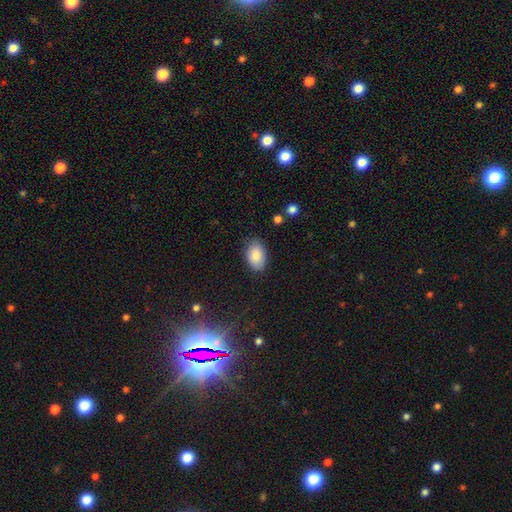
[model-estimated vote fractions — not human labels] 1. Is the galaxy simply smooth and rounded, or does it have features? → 88% smooth, 7% star or artifact, 5% featured or disk.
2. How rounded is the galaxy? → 91% in between, 7% round, 1% cigar-shaped.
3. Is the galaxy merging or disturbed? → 82% none, 13% minor disturbance, 3% major disturbance, 1% merger.